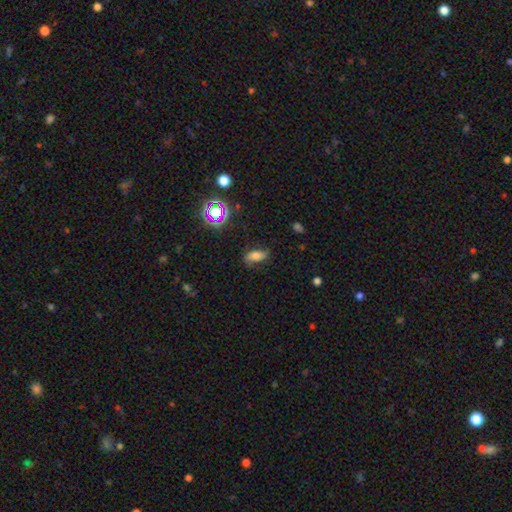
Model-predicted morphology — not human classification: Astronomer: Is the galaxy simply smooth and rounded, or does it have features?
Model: smooth — 64%.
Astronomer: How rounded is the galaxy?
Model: in between — 82%.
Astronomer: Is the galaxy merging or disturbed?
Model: none — 74%.